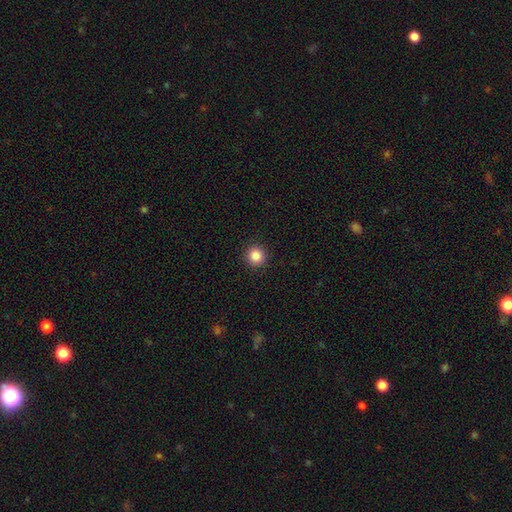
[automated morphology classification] smooth 85%, star or artifact 11%, featured or disk 4%. Down the decision tree: how rounded — round (95%); merging — none (93%).